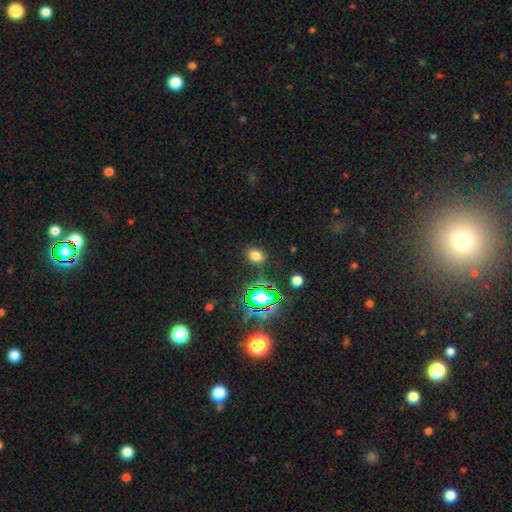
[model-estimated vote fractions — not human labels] Smooth or featured?
  - smooth: 70% *
  - star or artifact: 23%
  - featured or disk: 7%
How rounded?
  - in between: 55% *
  - round: 44%
  - cigar-shaped: 1%
Merging?
  - none: 86% *
  - minor disturbance: 9%
  - major disturbance: 3%
  - merger: 2%